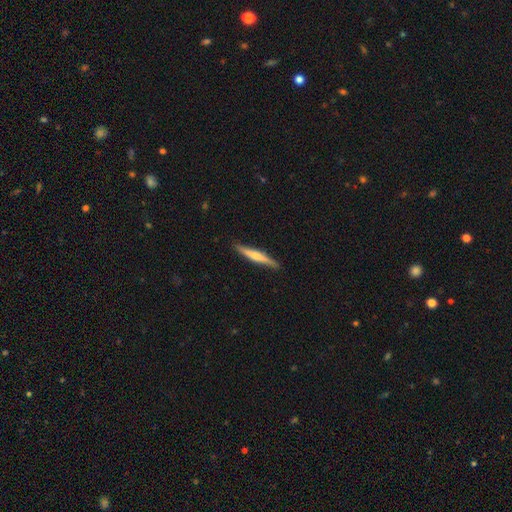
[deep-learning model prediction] Smooth or featured? Predicted: smooth (p=0.49). Merging? Predicted: none (p=0.90).